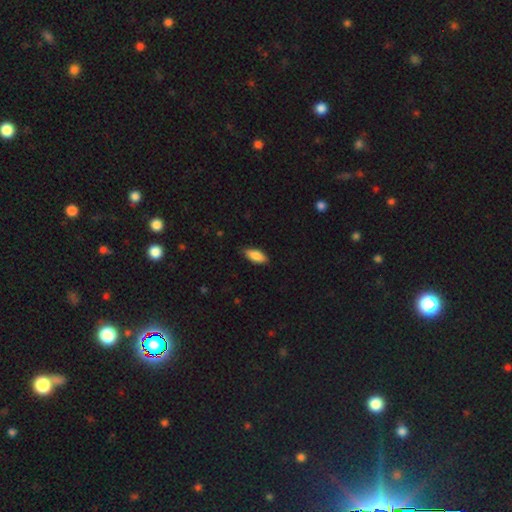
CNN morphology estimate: type=smooth (87%); roundness=in between (83%); merging=none (84%).